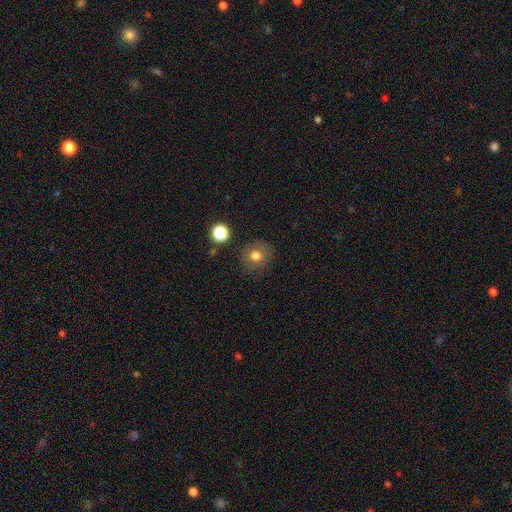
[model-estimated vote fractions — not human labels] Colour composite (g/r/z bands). It shows a smooth galaxy with no disk features (74%) that is round (85%). Merging: none (84%).